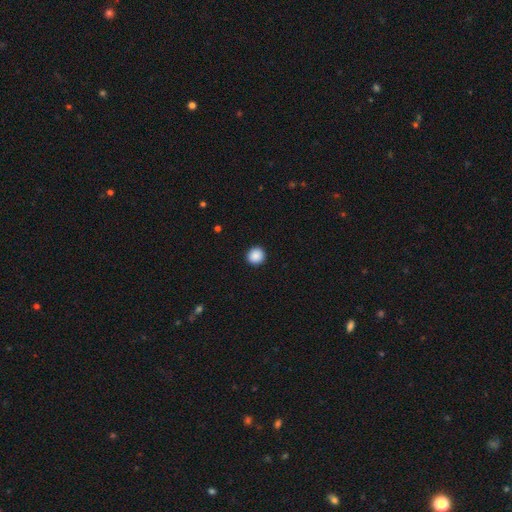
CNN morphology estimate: smooth 89%, star or artifact 9%, featured or disk 3%. Down the decision tree: how rounded — round (93%); merging — none (93%).